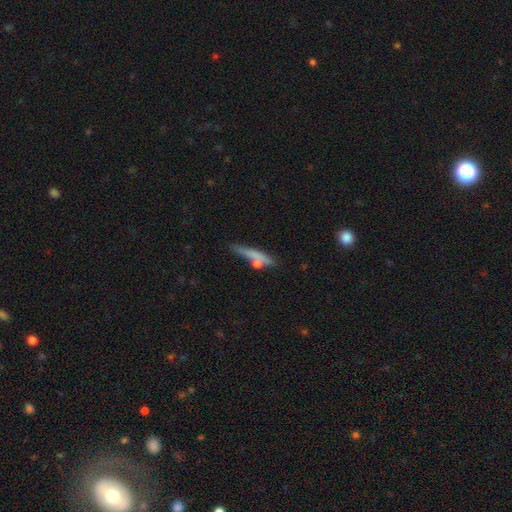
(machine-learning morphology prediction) The model was most divided on "smooth or featured": smooth: 59%, featured or disk: 33%, star or artifact: 8%. More confident: how rounded — cigar-shaped (87%); merging — none (63%).